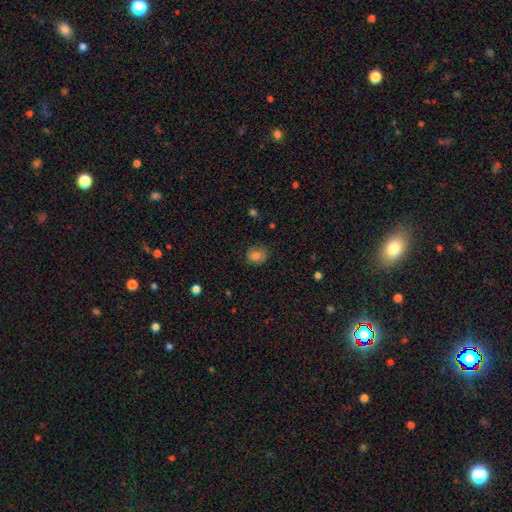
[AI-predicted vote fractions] A smooth galaxy with no disk features (77%) that is round (64%). Merging: none (73%).